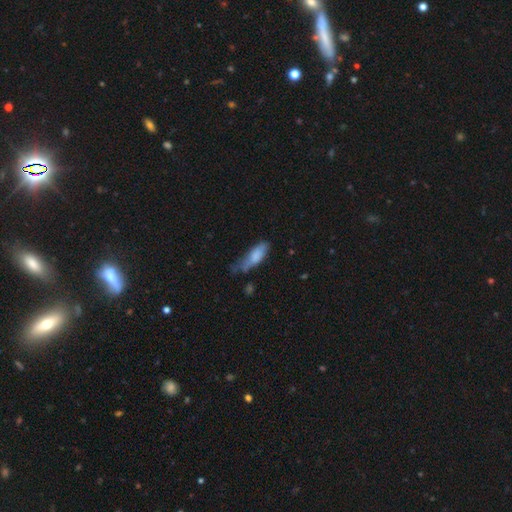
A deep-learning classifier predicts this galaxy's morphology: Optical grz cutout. It shows a smooth galaxy with no disk features (77%) that is in between round and cigar-shaped (59%). Merging: minor disturbance (41%).